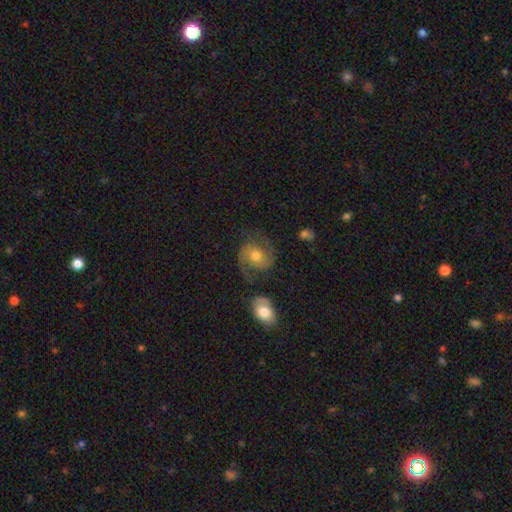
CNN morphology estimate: Smooth or featured: featured or disk — 75% (smooth — 17%)
Edge-on disk: no — 98% (yes — 2%)
Bar: no — 69% (weak — 25%)
Spiral arms: yes — 94% (no — 6%)
Spiral winding: medium — 53% (loose — 25%)
Spiral arm count: 2 — 90% (can't tell — 4%)
Bulge size: moderate — 71% (small — 20%)
Merging: none — 65% (minor disturbance — 18%)